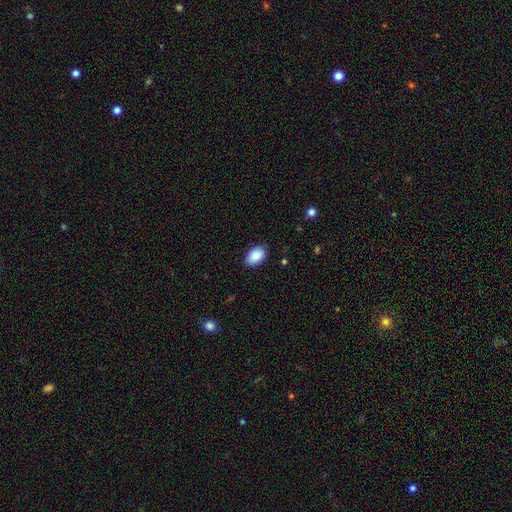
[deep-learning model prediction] smooth-or-featured: smooth: 88% | star or artifact: 7% | featured or disk: 6%
  how-rounded: in between: 91% | round: 8% | cigar-shaped: 1%
  merging: none: 85% | minor disturbance: 12% | major disturbance: 2% | merger: 1%